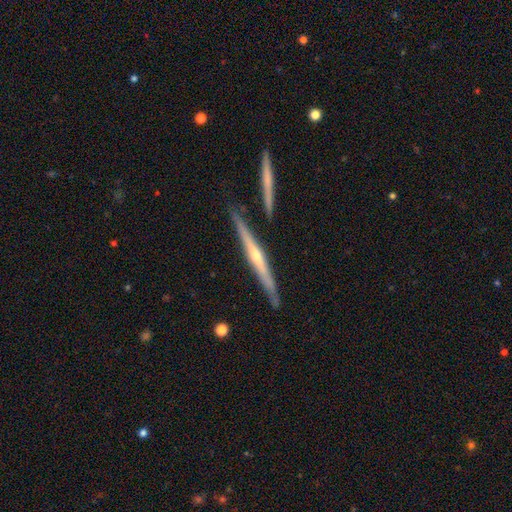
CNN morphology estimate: This appears to be a featured or disk galaxy (79%) viewed edge-on (97%) with a rounded central bulge (72%). Merging: none (84%).